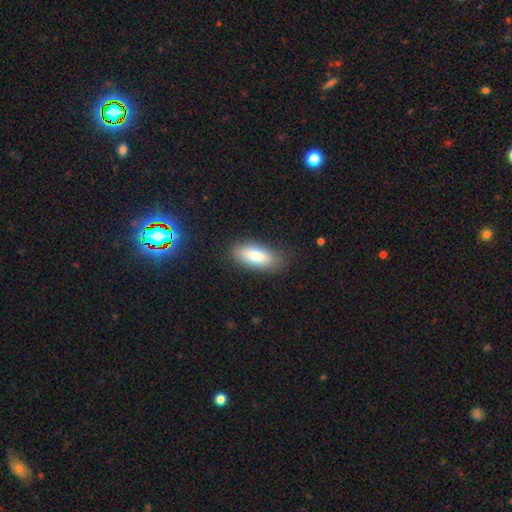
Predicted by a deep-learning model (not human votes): This appears to be a smooth galaxy with no disk features (79%) that is in between round and cigar-shaped (79%). Merging: none (84%).